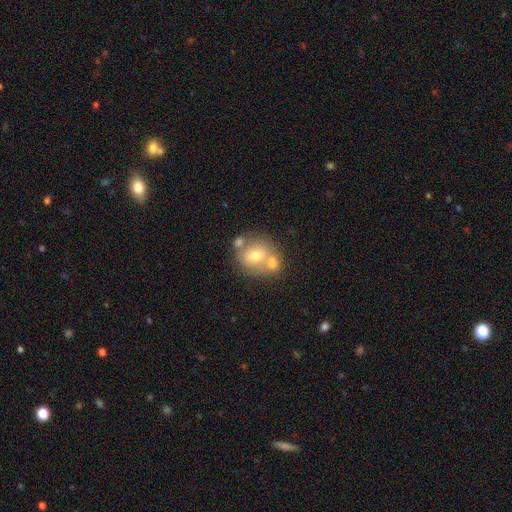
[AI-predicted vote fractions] smooth-or-featured: smooth: 62% | featured or disk: 27% | star or artifact: 11%
  how-rounded: round: 73% | in between: 26% | cigar-shaped: 1%
  merging: none: 43% | merger: 42% | minor disturbance: 10% | major disturbance: 4%